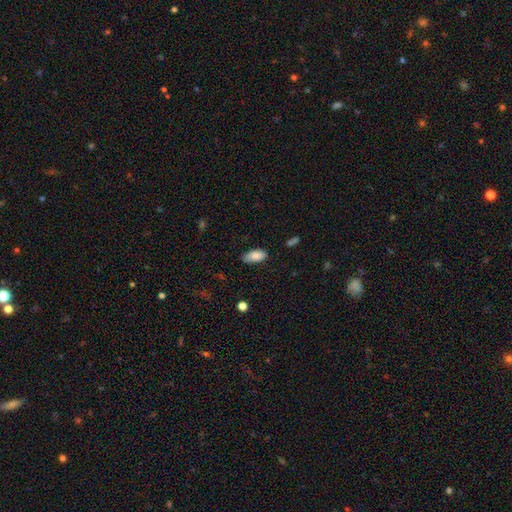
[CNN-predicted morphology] smooth 86%, star or artifact 7%, featured or disk 7%. Down the decision tree: how rounded — in between (91%); merging — none (80%).